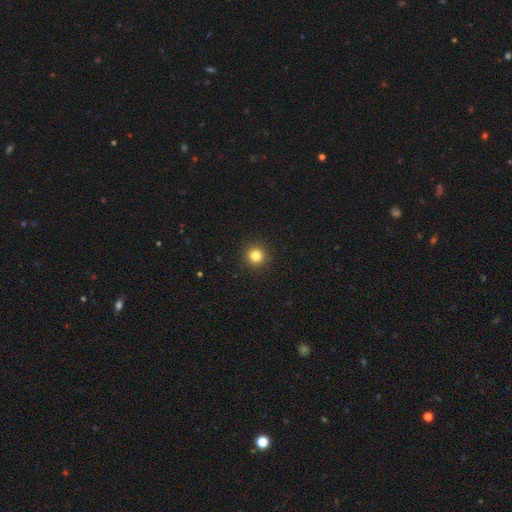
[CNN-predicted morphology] smooth 83%, star or artifact 13%, featured or disk 5%. Down the decision tree: how rounded — round (95%); merging — none (93%).